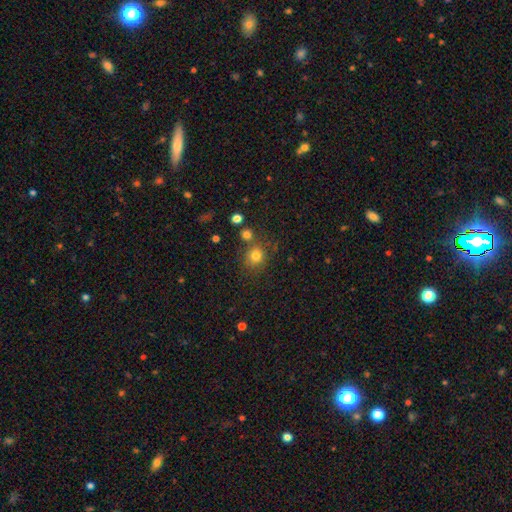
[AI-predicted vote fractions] A smooth galaxy with no disk features (78%) that is round (85%). Merging: none (72%).